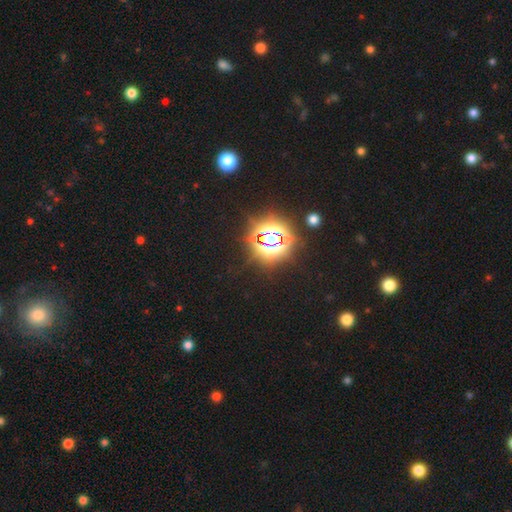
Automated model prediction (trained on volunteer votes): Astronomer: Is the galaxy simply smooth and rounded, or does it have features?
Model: star or artifact — 77%.